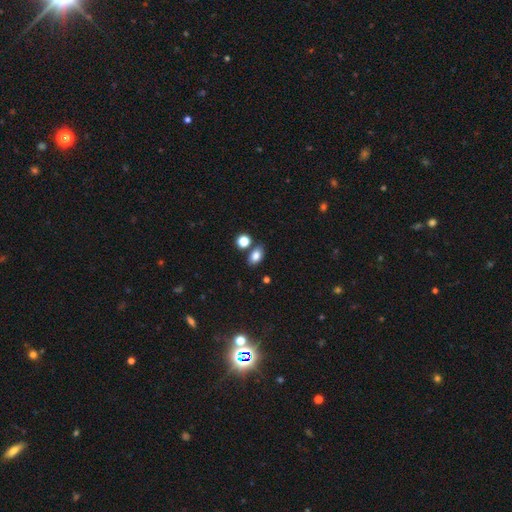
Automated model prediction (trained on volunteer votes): This appears to be a smooth galaxy with no disk features (82%) that is in between round and cigar-shaped (82%). Merging: none (74%).